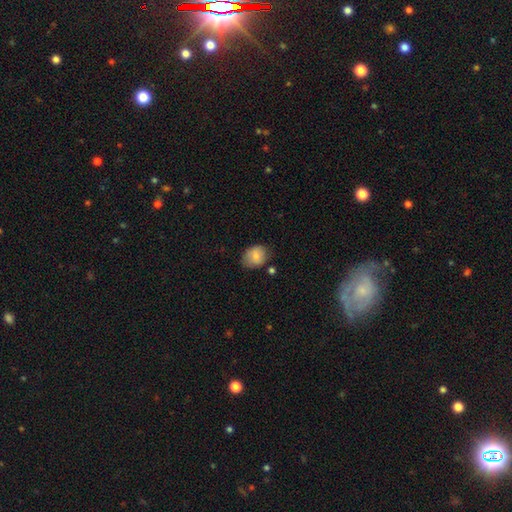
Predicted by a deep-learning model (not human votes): Smooth or featured? Predicted: smooth (p=0.82). How rounded? Predicted: in between (p=0.51). Merging? Predicted: none (p=0.65).